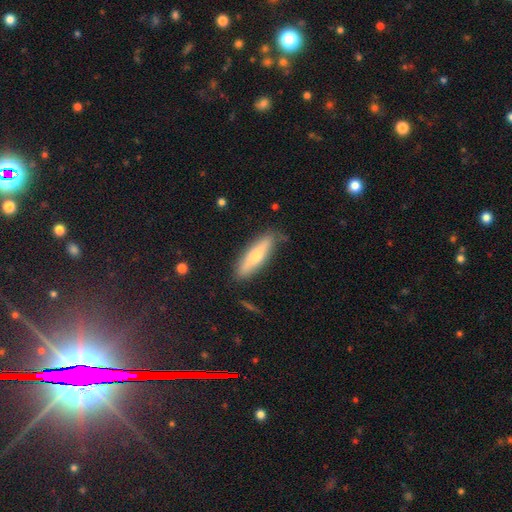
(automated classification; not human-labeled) The model was most divided on "smooth or featured": smooth: 52%, featured or disk: 34%, star or artifact: 14%. More confident: merging — none (79%); how rounded — cigar-shaped (71%).